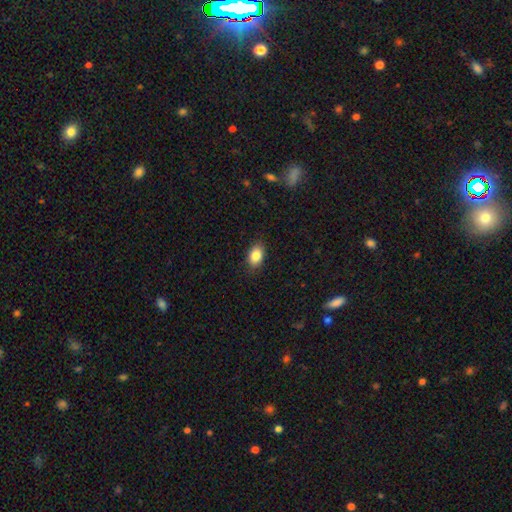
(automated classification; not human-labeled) A smooth galaxy with no disk features (84%) that is in between round and cigar-shaped (86%). Merging: none (86%).